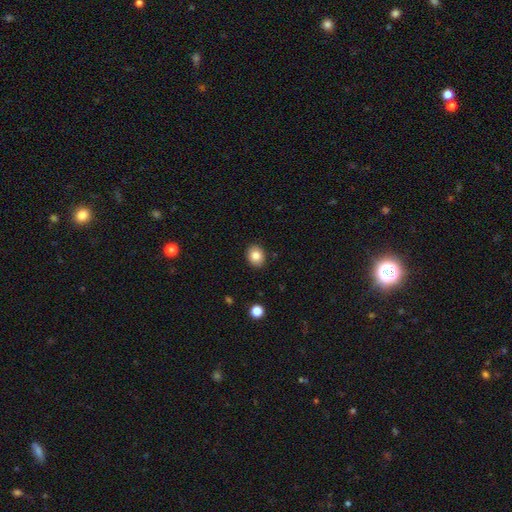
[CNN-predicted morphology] Q: Smooth or featured?
A: smooth (83%); runner-up: star or artifact (9%)
Q: How rounded?
A: round (57%); runner-up: in between (42%)
Q: Merging?
A: none (89%); runner-up: minor disturbance (8%)